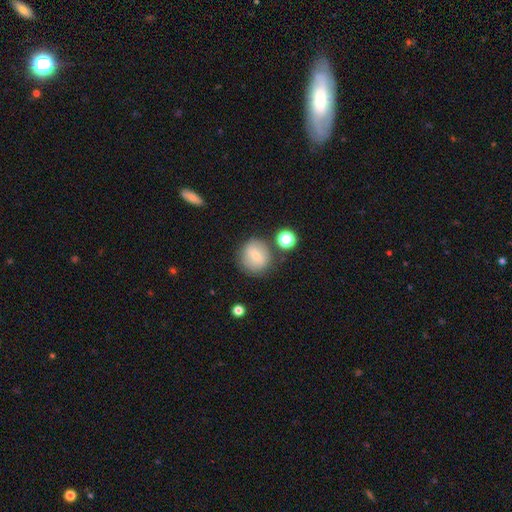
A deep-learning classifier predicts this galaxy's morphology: smooth-or-featured: smooth: 67% | featured or disk: 23% | star or artifact: 10%
  how-rounded: round: 88% | in between: 11% | cigar-shaped: 1%
  merging: none: 74% | minor disturbance: 14% | merger: 8% | major disturbance: 5%